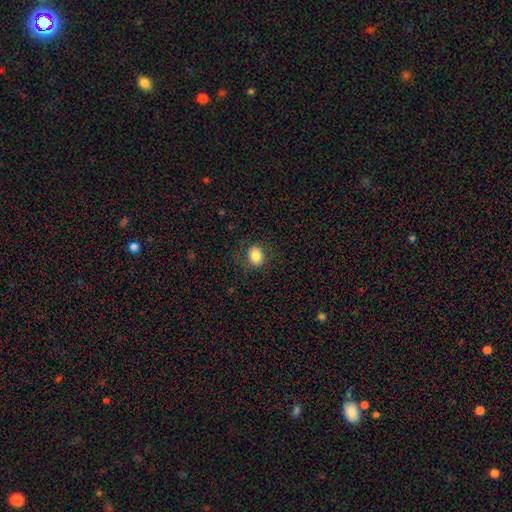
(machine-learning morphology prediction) smooth 83%, star or artifact 10%, featured or disk 7%. Down the decision tree: how rounded — round (58%); merging — none (82%).